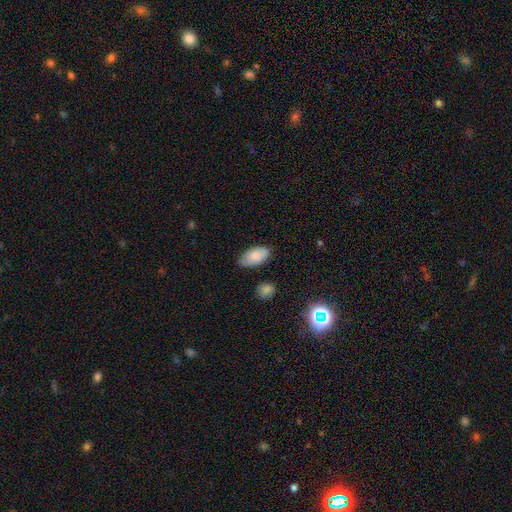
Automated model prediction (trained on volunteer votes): This is clearly a smooth galaxy (81%). How rounded: clearly in between (94%). Merging: likely none (77%).